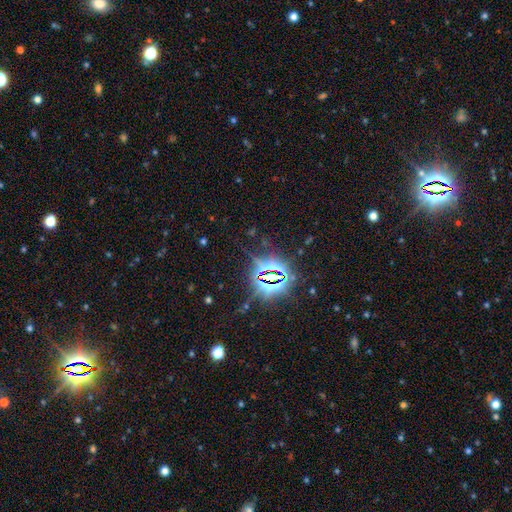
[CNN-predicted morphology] Overall: star or artifact (84%).